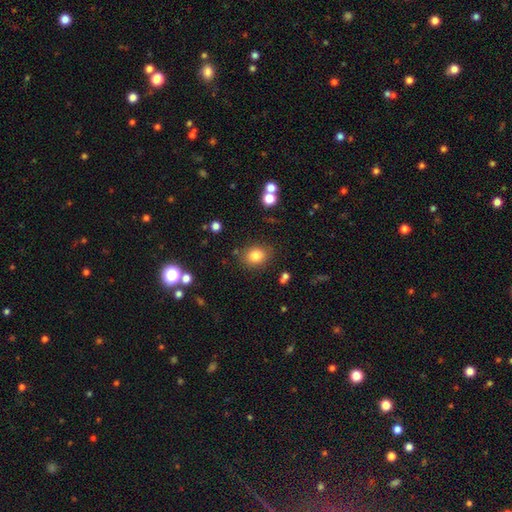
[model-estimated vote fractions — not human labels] The model was most divided on "how rounded": round: 58%, in between: 41%, cigar-shaped: 1%. More confident: smooth or featured — smooth (82%); merging — none (81%).